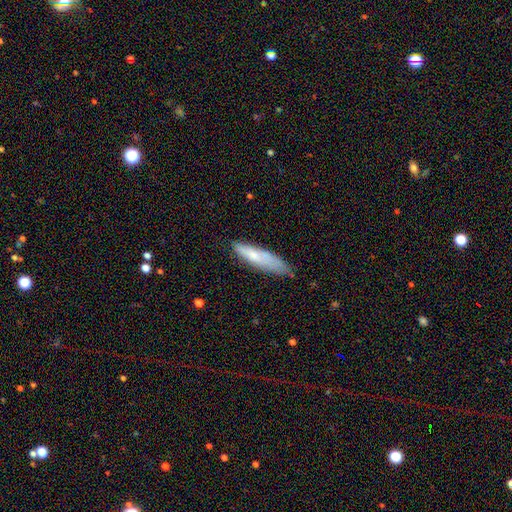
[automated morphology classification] Q: Smooth or featured?
A: smooth (71%); runner-up: featured or disk (23%)
Q: How rounded?
A: cigar-shaped (74%); runner-up: in between (24%)
Q: Merging?
A: none (62%); runner-up: minor disturbance (29%)